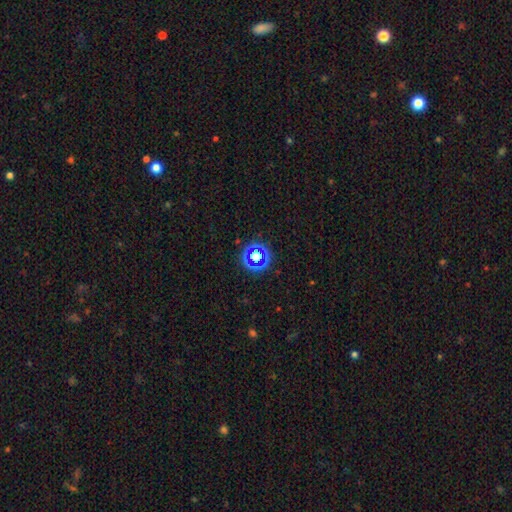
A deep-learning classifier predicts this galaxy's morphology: type=star or artifact (58%).